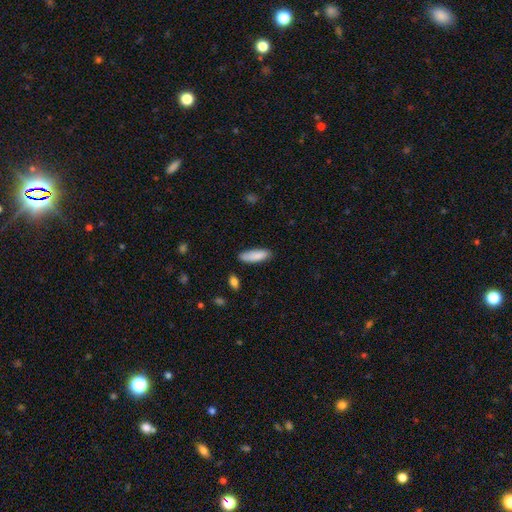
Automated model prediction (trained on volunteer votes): smooth-or-featured: smooth: 87% | featured or disk: 7% | star or artifact: 6%
  how-rounded: in between: 54% | cigar-shaped: 45% | round: 1%
  merging: none: 80% | minor disturbance: 16% | major disturbance: 3% | merger: 2%